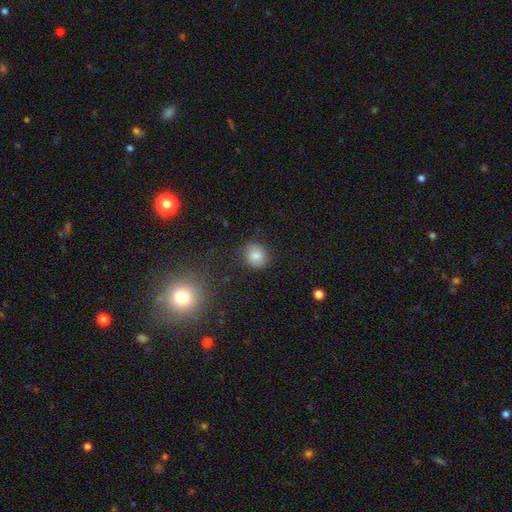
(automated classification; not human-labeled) smooth-or-featured: smooth: 82% | star or artifact: 11% | featured or disk: 8%
  how-rounded: round: 73% | in between: 26% | cigar-shaped: 1%
  merging: none: 84% | minor disturbance: 11% | major disturbance: 3% | merger: 2%